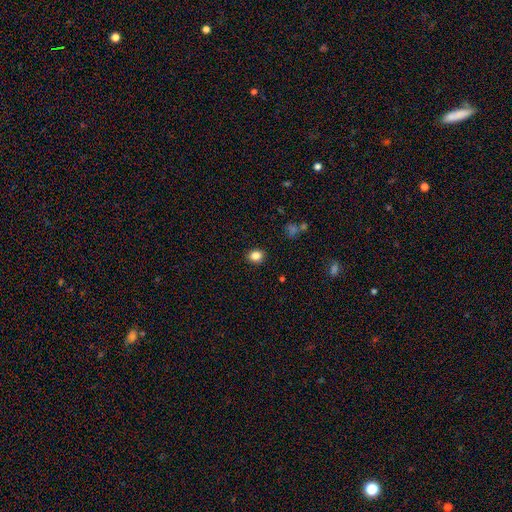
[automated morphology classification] A smooth galaxy with no disk features (84%) that is round (62%).

Vote fractions:
- Smooth or featured? smooth: 84% / star or artifact: 11% / featured or disk: 5%
- How rounded? round: 62% / in between: 37% / cigar-shaped: 1%
- Merging? none: 90% / minor disturbance: 7% / major disturbance: 2% / merger: 1%